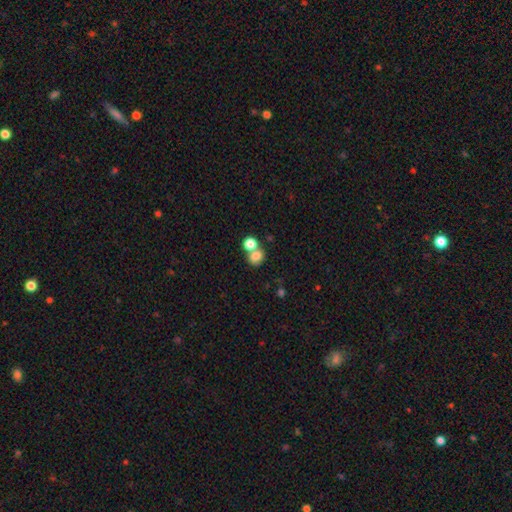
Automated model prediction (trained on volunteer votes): Smooth or featured: smooth — 79% (star or artifact — 12%)
How rounded: round — 61% (in between — 38%)
Merging: merger — 46% (none — 42%)